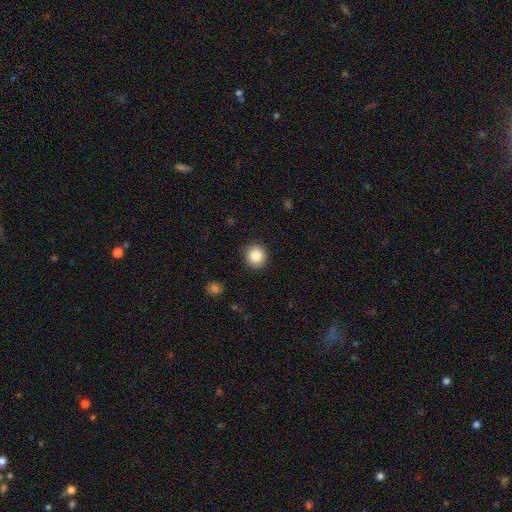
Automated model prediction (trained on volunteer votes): This appears to be a smooth galaxy with no disk features (85%) that is round (92%). Merging: none (90%).